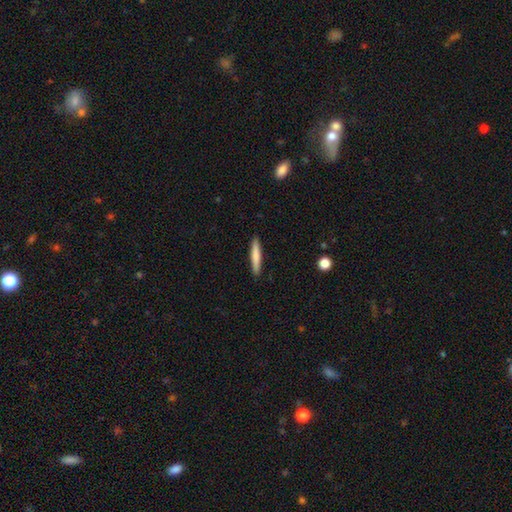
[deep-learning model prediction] This is likely a smooth galaxy (75%). How rounded: clearly cigar-shaped (93%). Merging: clearly none (91%).